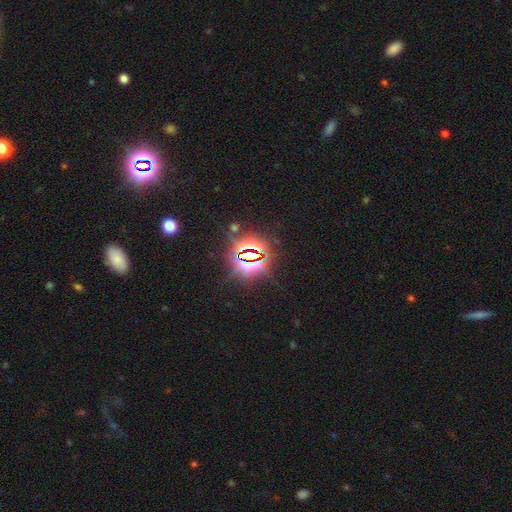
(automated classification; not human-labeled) A star or artifact, not a galaxy (81%).